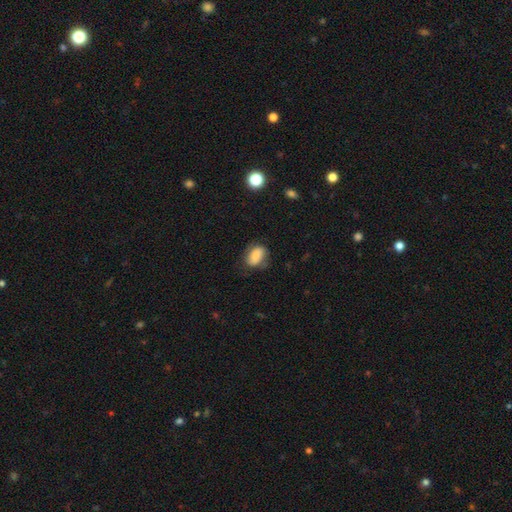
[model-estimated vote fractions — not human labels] Smooth or featured?
  - smooth: 80% *
  - featured or disk: 12%
  - star or artifact: 8%
How rounded?
  - in between: 85% *
  - round: 13%
  - cigar-shaped: 2%
Merging?
  - none: 61% *
  - minor disturbance: 27%
  - major disturbance: 10%
  - merger: 2%